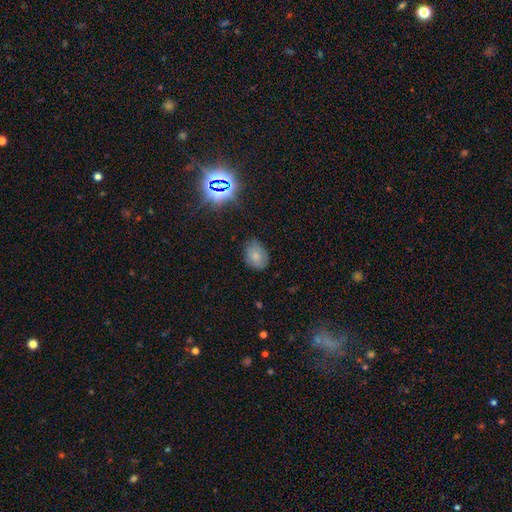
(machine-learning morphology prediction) smooth-or-featured: smooth: 76% | star or artifact: 13% | featured or disk: 12%
  how-rounded: in between: 70% | round: 29% | cigar-shaped: 1%
  merging: none: 75% | minor disturbance: 19% | major disturbance: 4% | merger: 1%